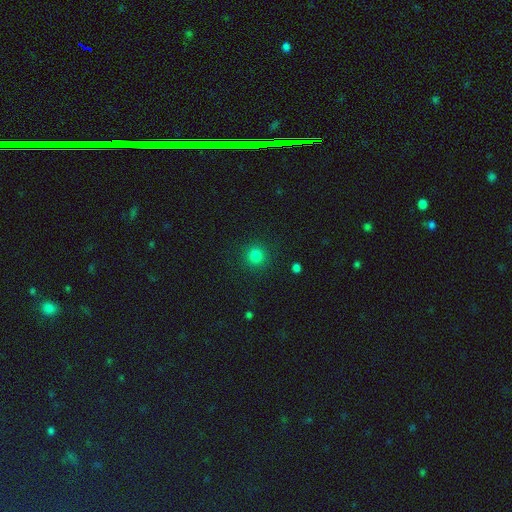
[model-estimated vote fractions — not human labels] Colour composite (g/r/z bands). It shows a smooth galaxy with no disk features (81%) that is round (93%). Merging: none (90%).